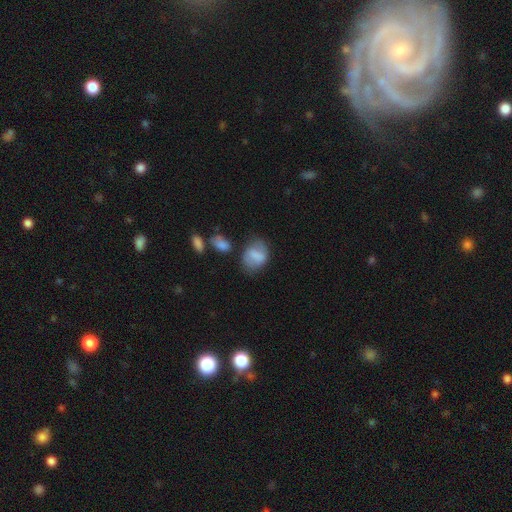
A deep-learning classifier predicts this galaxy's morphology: Overall: smooth (65%; featured or disk 27%). How rounded: in between (68%; round 30%). Merging: none (59%; minor disturbance 23%).